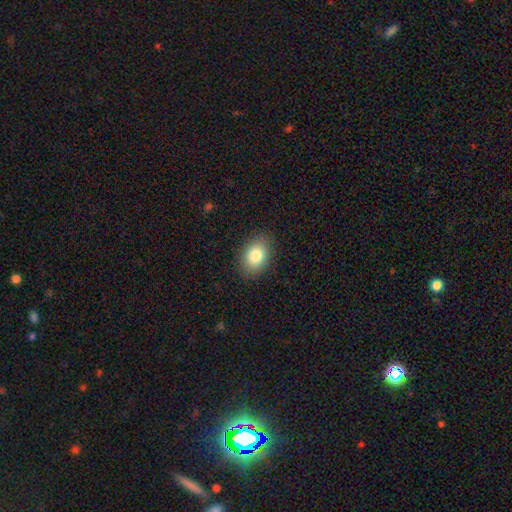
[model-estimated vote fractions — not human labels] smooth 82%, featured or disk 9%, star or artifact 8%. Down the decision tree: how rounded — in between (78%); merging — none (87%).